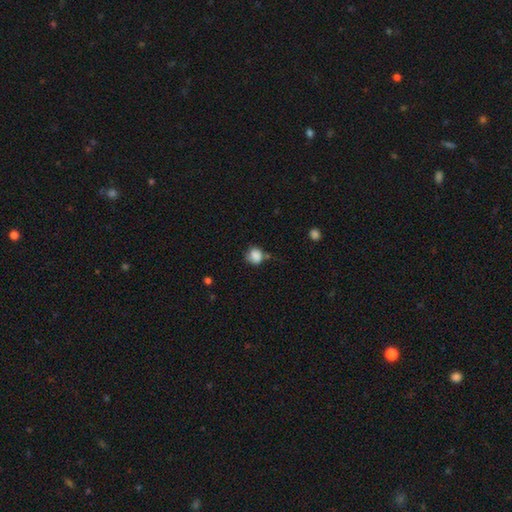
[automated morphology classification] A smooth galaxy with no disk features (83%) that is round (74%).

Vote fractions:
- Smooth or featured? smooth: 83% / star or artifact: 10% / featured or disk: 7%
- How rounded? round: 74% / in between: 26% / cigar-shaped: 1%
- Merging? none: 53% / minor disturbance: 29% / major disturbance: 10% / merger: 8%